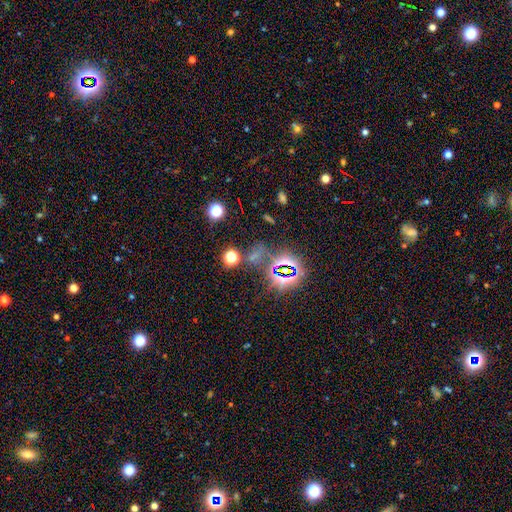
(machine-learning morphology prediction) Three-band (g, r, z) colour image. It shows a star or artifact, not a galaxy (64%).